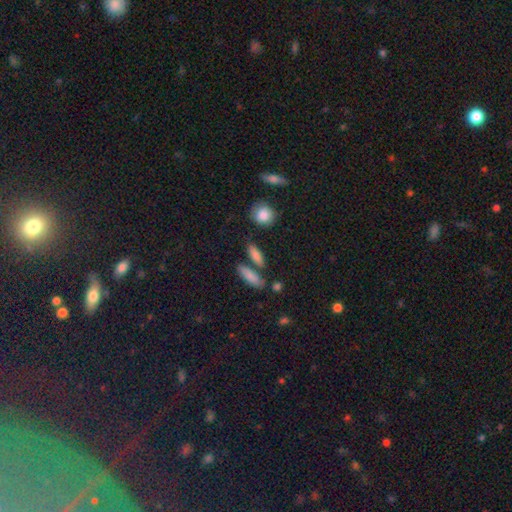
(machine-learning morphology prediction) A smooth galaxy with no disk features (80%) that is cigar-shaped (56%).

Vote fractions:
- Smooth or featured? smooth: 80% / featured or disk: 12% / star or artifact: 9%
- How rounded? cigar-shaped: 56% / in between: 38% / round: 7%
- Merging? none: 72% / merger: 14% / minor disturbance: 11% / major disturbance: 4%